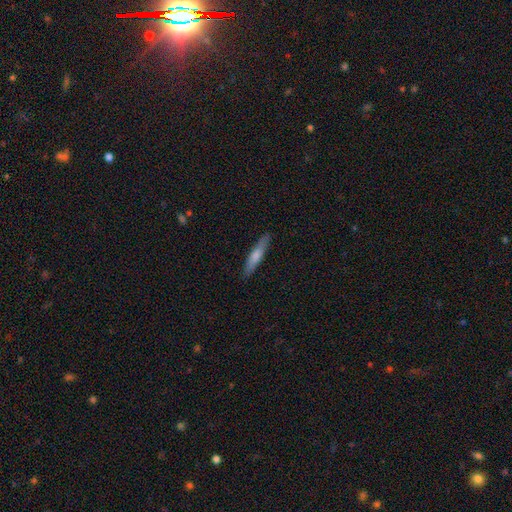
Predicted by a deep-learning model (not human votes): Overall: smooth (65%; featured or disk 30%). How rounded: cigar-shaped (89%). Merging: none (88%).